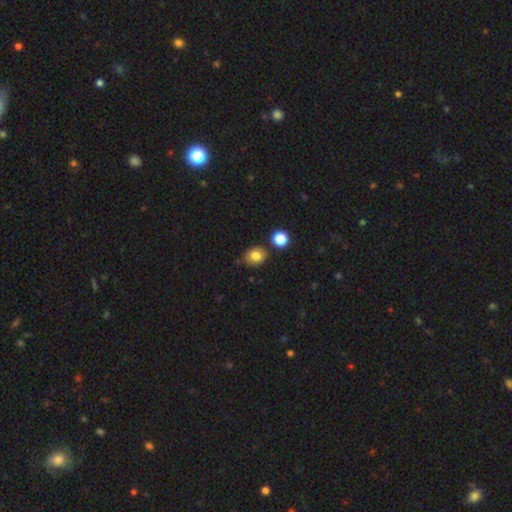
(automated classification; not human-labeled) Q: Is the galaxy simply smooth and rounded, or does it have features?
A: smooth — 81%.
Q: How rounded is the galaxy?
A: round — 54%.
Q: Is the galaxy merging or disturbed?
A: none — 79%.